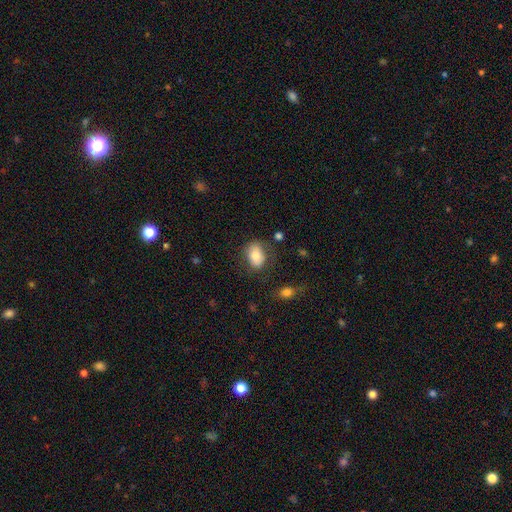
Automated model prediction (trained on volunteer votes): A smooth galaxy with no disk features (78%) that is in between round and cigar-shaped (79%). Merging: none (71%).